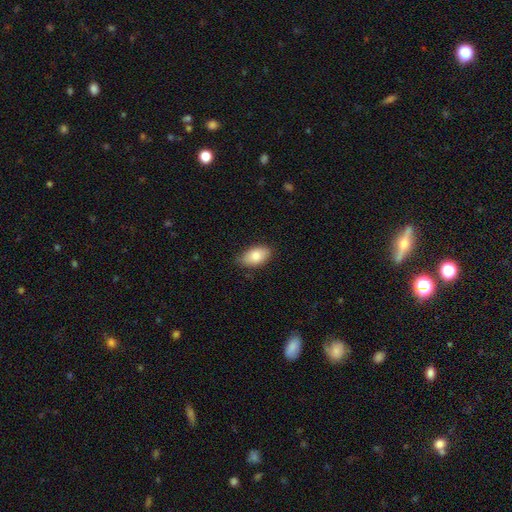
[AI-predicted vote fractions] Smooth or featured? Predicted: smooth (p=0.83). How rounded? Predicted: in between (p=0.93). Merging? Predicted: none (p=0.81).